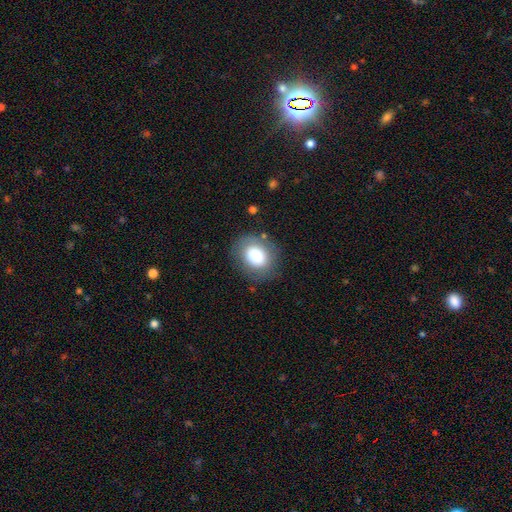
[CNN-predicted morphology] Smooth or featured?
  - smooth: 77% *
  - featured or disk: 14%
  - star or artifact: 9%
How rounded?
  - round: 58% *
  - in between: 41%
  - cigar-shaped: 1%
Merging?
  - none: 81% *
  - minor disturbance: 13%
  - major disturbance: 5%
  - merger: 2%